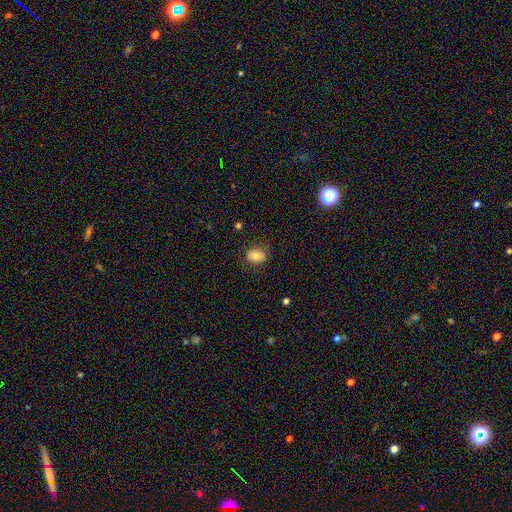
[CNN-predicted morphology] smooth-or-featured: smooth: 76% | featured or disk: 15% | star or artifact: 10%
  how-rounded: in between: 51% | round: 48% | cigar-shaped: 1%
  merging: none: 79% | minor disturbance: 15% | major disturbance: 4% | merger: 1%